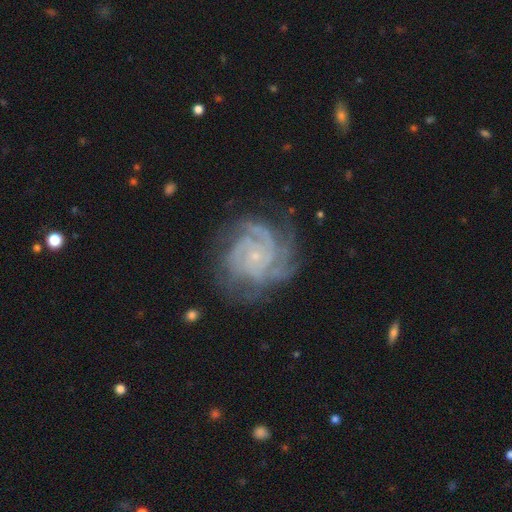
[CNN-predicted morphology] A featured or disk galaxy (88%) with no bar (77%), 4 (30%) tight (71%) spiral arms (98%) and a small central bulge (85%).

Vote fractions:
- Smooth or featured? featured or disk: 88% / star or artifact: 6% / smooth: 6%
- Edge-on disk? no: 98% / yes: 2%
- Bar? no: 77% / weak: 18% / strong: 4%
- Spiral arms? yes: 98% / no: 2%
- Spiral winding? tight: 71% / medium: 26% / loose: 4%
- Spiral arm count? 4: 30% / 3: 26% / can't tell: 17% / 2: 10% / more than 4: 10% / 1: 7%
- Bulge size? small: 85% / moderate: 8% / none: 5% / large: 1% / dominant: 1%
- Merging? none: 70% / minor disturbance: 19% / major disturbance: 9% / merger: 2%